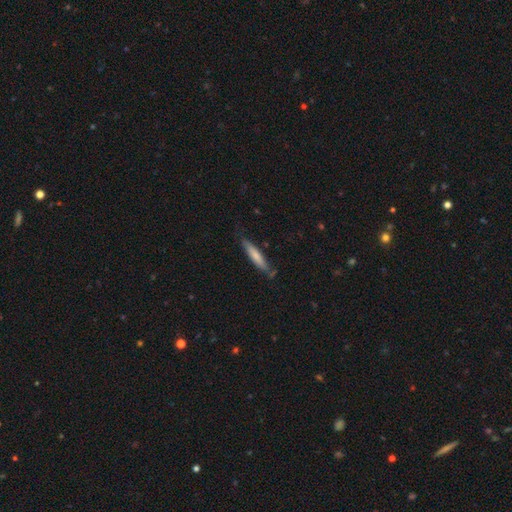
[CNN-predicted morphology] Q: Smooth or featured?
A: smooth (70%); runner-up: featured or disk (24%)
Q: How rounded?
A: cigar-shaped (85%); runner-up: in between (13%)
Q: Merging?
A: none (73%); runner-up: minor disturbance (20%)